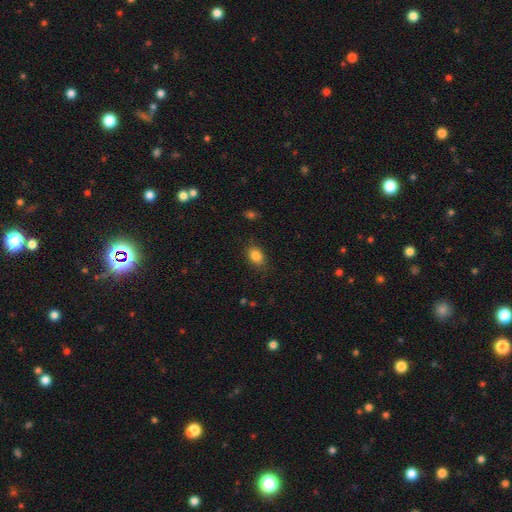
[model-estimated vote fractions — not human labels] Smooth or featured?
  - smooth: 84% *
  - star or artifact: 9%
  - featured or disk: 6%
How rounded?
  - in between: 79% *
  - round: 19%
  - cigar-shaped: 1%
Merging?
  - none: 82% *
  - minor disturbance: 14%
  - major disturbance: 3%
  - merger: 1%